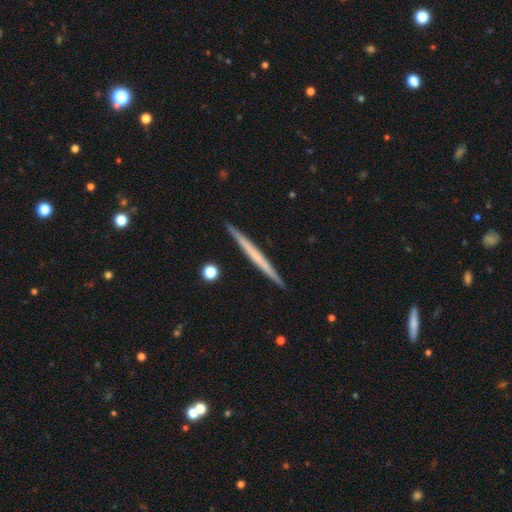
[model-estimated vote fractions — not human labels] This appears to be a featured or disk galaxy (52%) viewed edge-on (98%) with no central bulge (88%). Merging: none (92%).